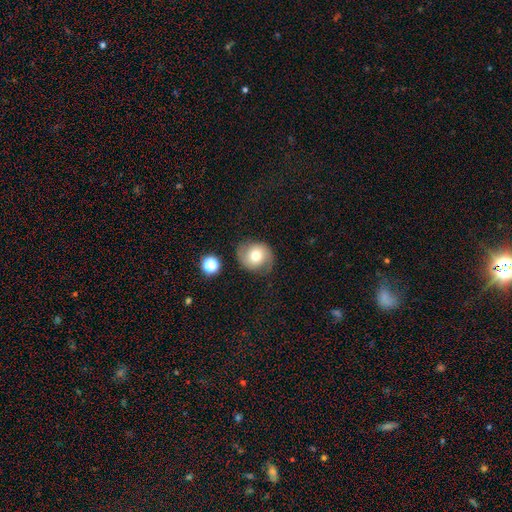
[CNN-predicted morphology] This is possibly a featured or disk galaxy (46%). Merging: likely none (74%).